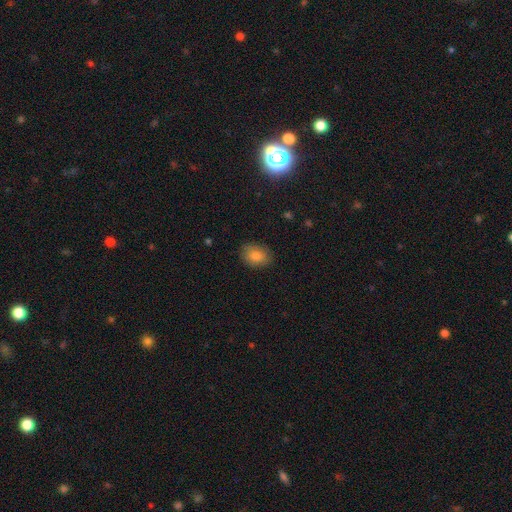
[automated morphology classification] smooth-or-featured: smooth: 83% | star or artifact: 9% | featured or disk: 8%
  how-rounded: in between: 71% | round: 28% | cigar-shaped: 1%
  merging: none: 85% | minor disturbance: 12% | major disturbance: 3% | merger: 1%